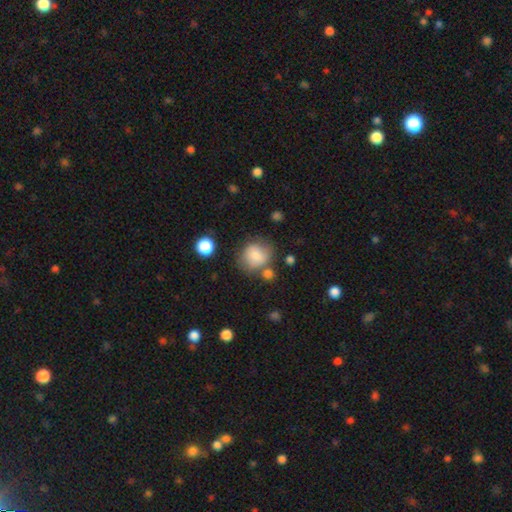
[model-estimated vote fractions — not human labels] The model was most divided on "merging": none: 62%, minor disturbance: 19%, merger: 12%, major disturbance: 8%. More confident: how rounded — round (81%); smooth or featured — smooth (77%).